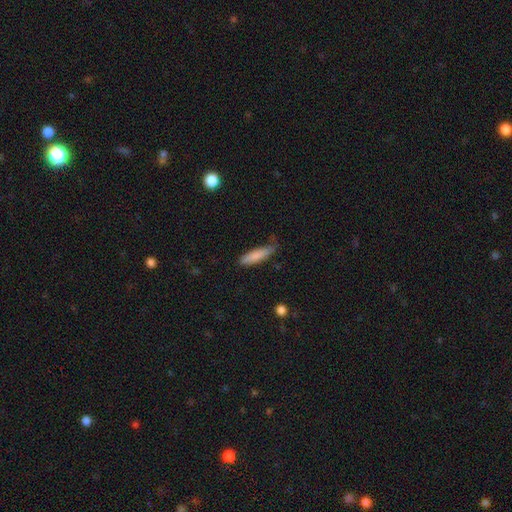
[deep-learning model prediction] Smooth or featured?
  - smooth: 82% *
  - featured or disk: 12%
  - star or artifact: 6%
How rounded?
  - cigar-shaped: 74% *
  - in between: 24%
  - round: 2%
Merging?
  - none: 65% *
  - minor disturbance: 28%
  - major disturbance: 5%
  - merger: 2%